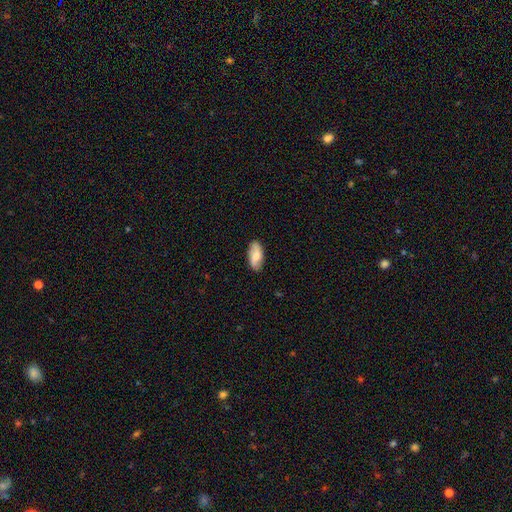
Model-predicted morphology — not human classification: Smooth or featured: smooth — 64% (featured or disk — 29%)
How rounded: in between — 88% (cigar-shaped — 9%)
Merging: none — 83% (minor disturbance — 13%)